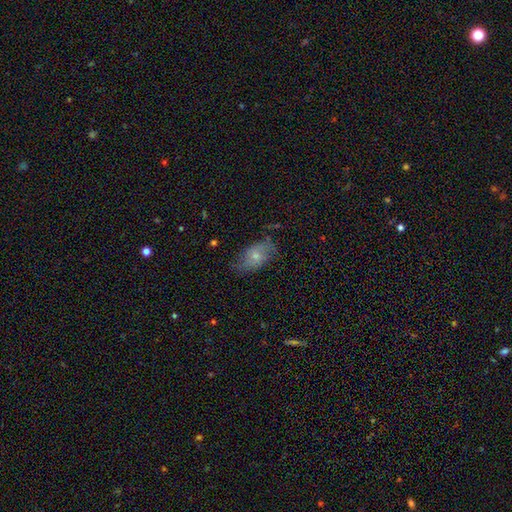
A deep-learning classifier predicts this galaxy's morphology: Smooth or featured: smooth — 58% (featured or disk — 34%)
How rounded: in between — 90% (round — 7%)
Merging: none — 64% (minor disturbance — 26%)